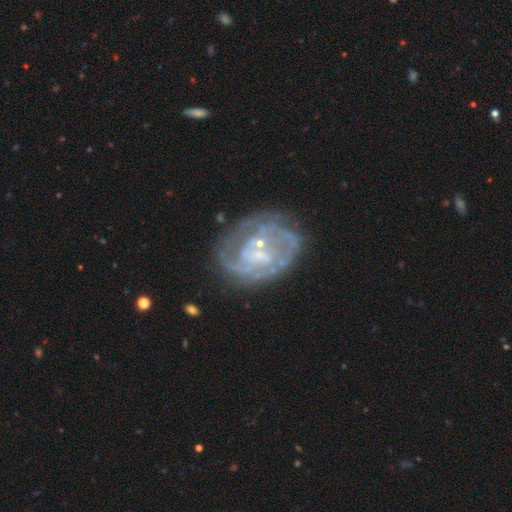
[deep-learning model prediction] This is clearly a featured or disk galaxy (81%). It is clearly not viewed edge-on (97%). Bar: marginally weak (43%, tied with no). Spiral arm pattern: clearly yes (82%). Spiral arm count: marginally can't tell (39%). Spiral winding: possibly tight (57%). Central bulge: likely small (62%). Merging: likely none (66%).